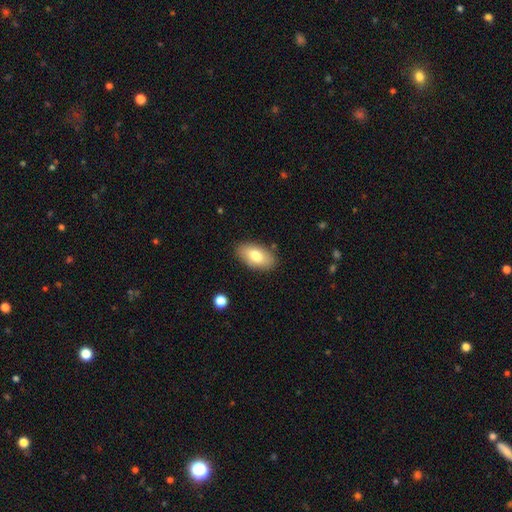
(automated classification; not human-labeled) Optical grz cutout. It shows a smooth galaxy with no disk features (77%) that is in between round and cigar-shaped (93%). Merging: none (85%).